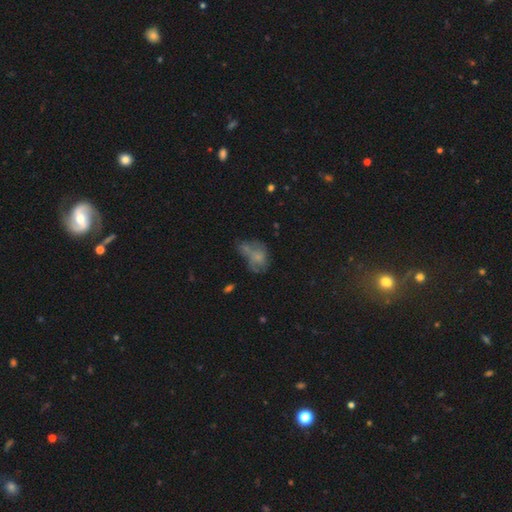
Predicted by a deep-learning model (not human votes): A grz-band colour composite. It shows a smooth galaxy with no disk features (54%) that is in between round and cigar-shaped (69%). Merging: merger (34%).